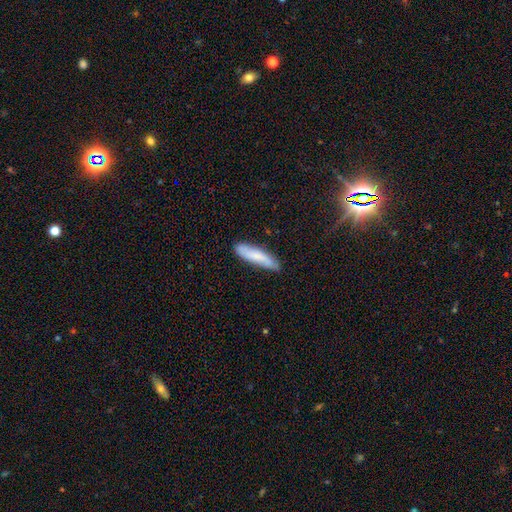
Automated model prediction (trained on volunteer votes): smooth-or-featured: smooth: 69% | featured or disk: 24% | star or artifact: 7%
  how-rounded: cigar-shaped: 81% | in between: 18% | round: 1%
  merging: none: 82% | minor disturbance: 14% | major disturbance: 2% | merger: 2%